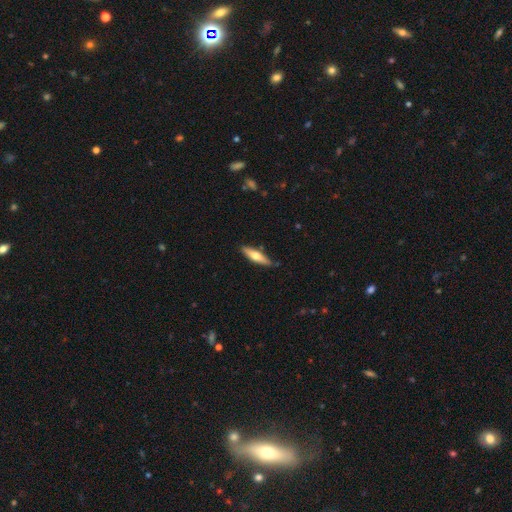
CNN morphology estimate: Smooth or featured? smooth (55%)
How rounded? cigar-shaped (71%)
Merging? none (83%)